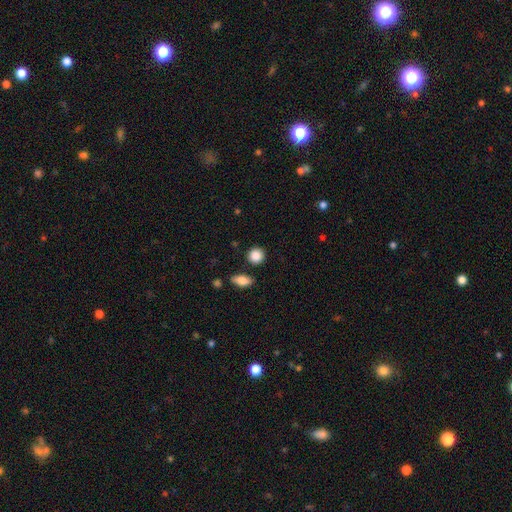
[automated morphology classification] The model was most divided on "merging": none: 85%, minor disturbance: 9%, merger: 4%, major disturbance: 3%. More confident: how rounded — round (88%); smooth or featured — smooth (88%).